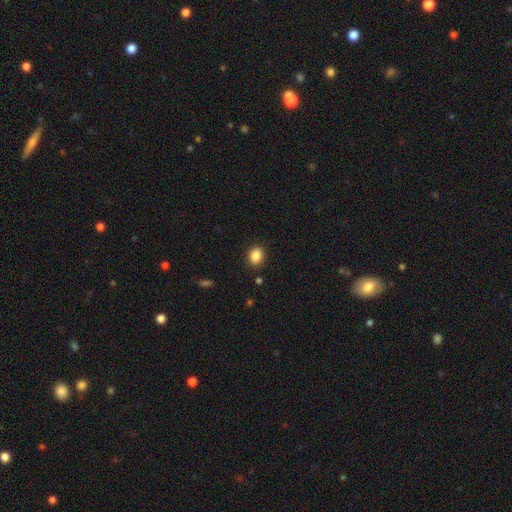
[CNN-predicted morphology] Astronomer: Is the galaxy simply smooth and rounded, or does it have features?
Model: smooth — 87%.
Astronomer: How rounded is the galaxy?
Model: in between — 60% (runner-up: round, 39%).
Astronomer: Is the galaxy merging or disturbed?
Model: none — 88%.